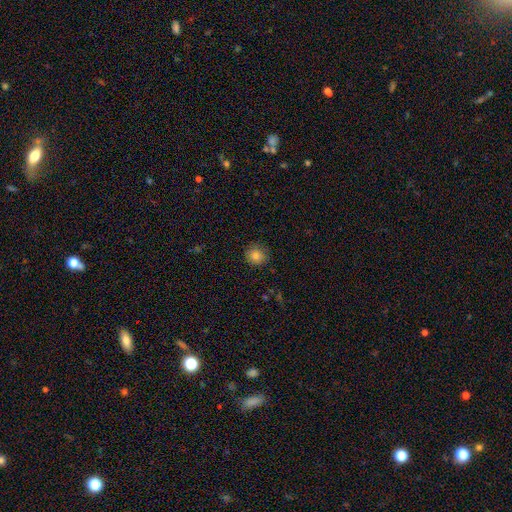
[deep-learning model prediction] Overall: smooth (83%). How rounded: round (89%). Merging: none (87%).